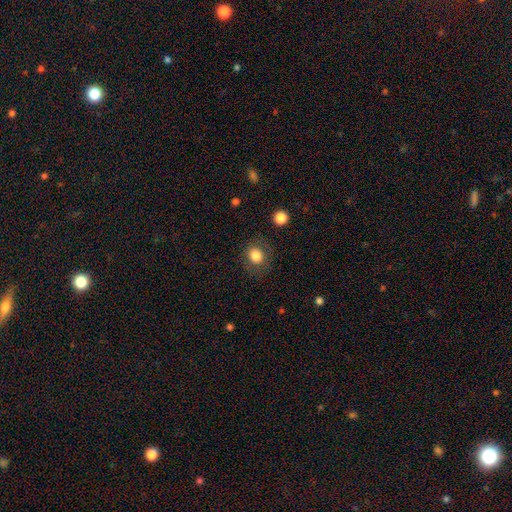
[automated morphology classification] A smooth galaxy with no disk features (81%) that is round (74%). Merging: none (82%).